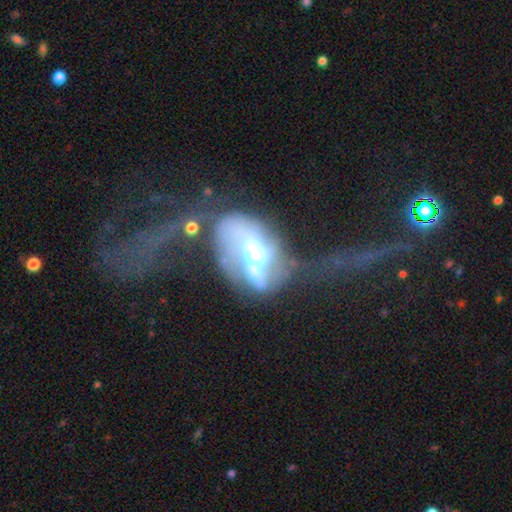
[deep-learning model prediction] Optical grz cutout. It shows a featured or disk galaxy (68%) with no bar (51%), no spiral arms (60%) and a moderate central bulge (54%). Merging: major disturbance (49%).